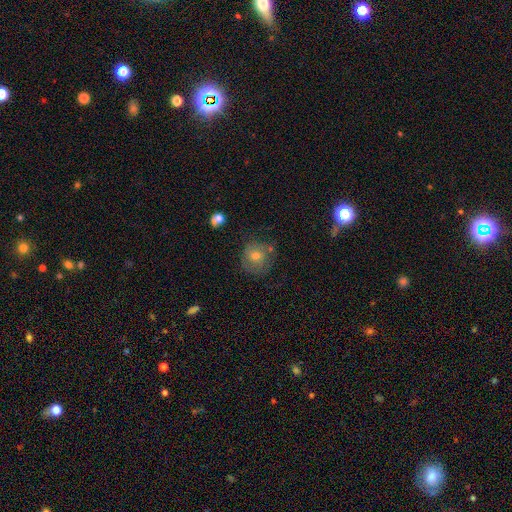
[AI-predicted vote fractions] Smooth or featured?
  - smooth: 62% *
  - featured or disk: 27%
  - star or artifact: 11%
How rounded?
  - round: 86% *
  - in between: 13%
  - cigar-shaped: 1%
Merging?
  - none: 65% *
  - minor disturbance: 21%
  - major disturbance: 8%
  - merger: 6%